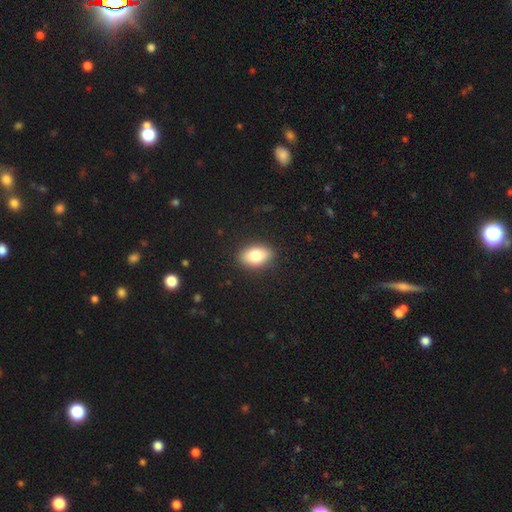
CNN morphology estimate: A smooth galaxy with no disk features (79%) that is in between round and cigar-shaped (86%). Merging: none (88%).